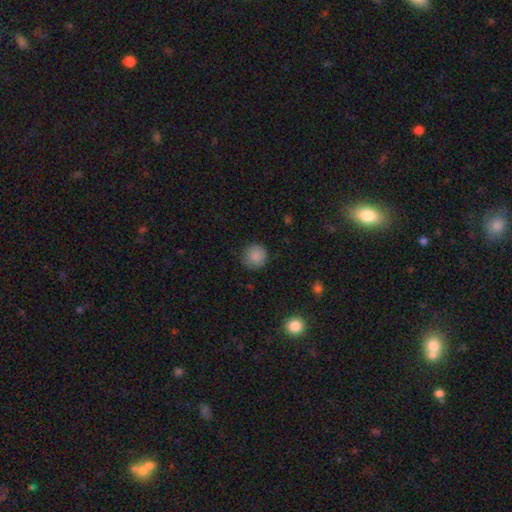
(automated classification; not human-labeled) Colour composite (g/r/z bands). It shows a smooth galaxy with no disk features (86%) that is round (93%). Merging: none (83%).